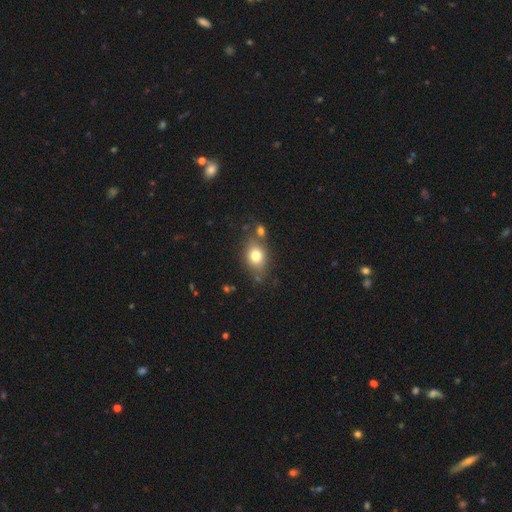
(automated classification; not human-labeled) This appears to be a smooth galaxy with no disk features (77%) that is in between round and cigar-shaped (58%). Merging: none (68%).